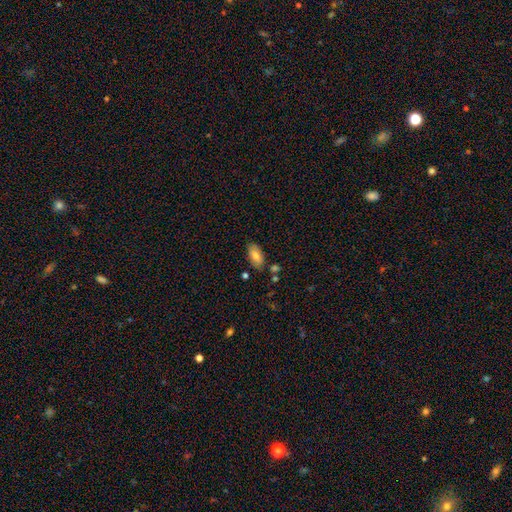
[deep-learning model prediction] A smooth galaxy with no disk features (78%) that is in between round and cigar-shaped (91%).

Vote fractions:
- Smooth or featured? smooth: 78% / featured or disk: 15% / star or artifact: 7%
- How rounded? in between: 91% / cigar-shaped: 7% / round: 3%
- Merging? none: 76% / minor disturbance: 15% / merger: 5% / major disturbance: 3%